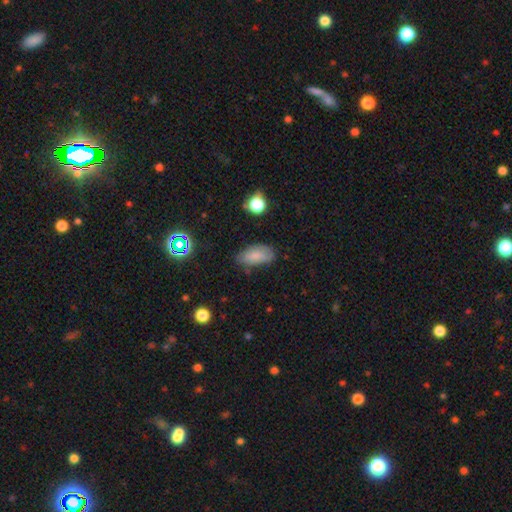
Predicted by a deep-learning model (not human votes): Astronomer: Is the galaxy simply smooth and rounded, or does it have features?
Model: smooth — 78%.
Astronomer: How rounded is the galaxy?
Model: in between — 91%.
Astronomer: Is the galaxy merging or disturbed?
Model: none — 69%.